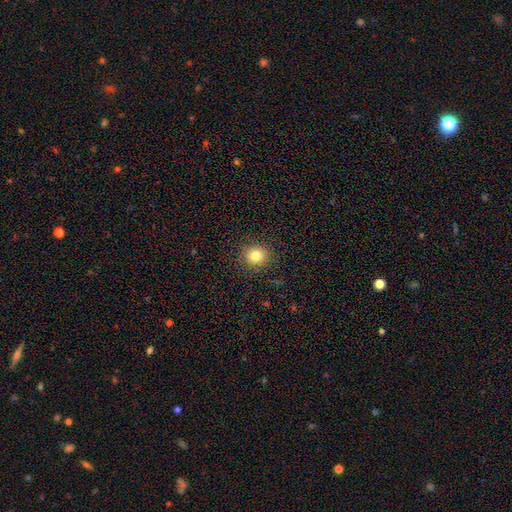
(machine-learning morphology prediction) Smooth or featured: smooth — 81% (star or artifact — 12%)
How rounded: round — 89% (in between — 10%)
Merging: none — 90% (minor disturbance — 7%)